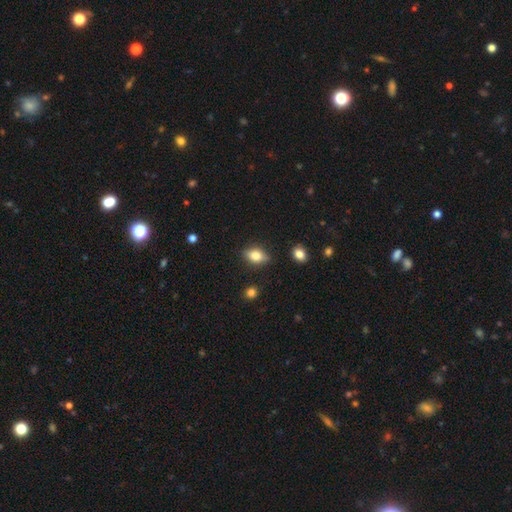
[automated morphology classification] The model was most divided on "smooth or featured": smooth: 72%, featured or disk: 20%, star or artifact: 9%. More confident: merging — none (83%); how rounded — in between (80%).